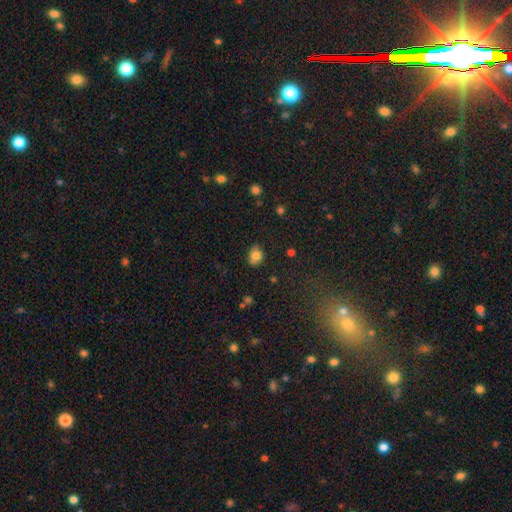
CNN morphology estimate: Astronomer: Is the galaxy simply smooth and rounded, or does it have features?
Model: smooth — 81%.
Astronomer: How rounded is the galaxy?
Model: in between — 56% (runner-up: round, 43%).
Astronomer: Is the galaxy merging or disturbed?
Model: none — 73%.